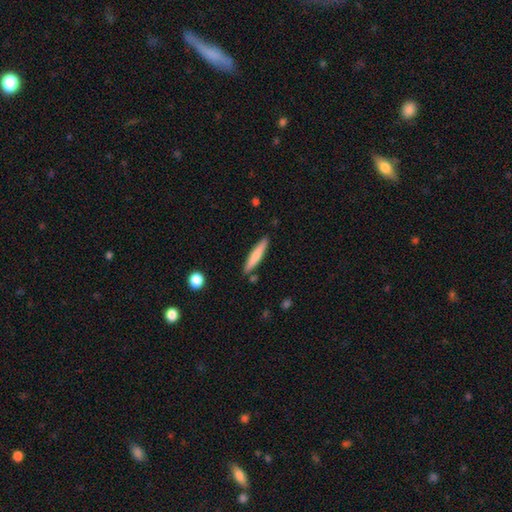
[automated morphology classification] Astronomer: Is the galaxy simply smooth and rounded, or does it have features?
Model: smooth — 70%.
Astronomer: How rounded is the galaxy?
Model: cigar-shaped — 91%.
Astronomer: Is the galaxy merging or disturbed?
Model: none — 86%.